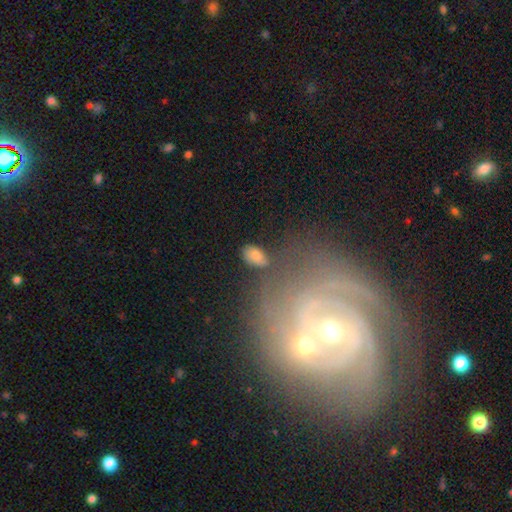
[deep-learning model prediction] smooth_or_featured: smooth (p=0.76) [alt: featured or disk p=0.13]
how_rounded: in between (p=0.91) [alt: round p=0.07]
merging: none (p=0.67) [alt: minor disturbance p=0.19]